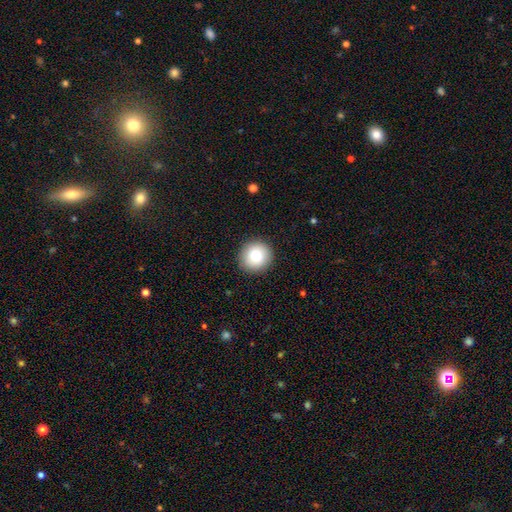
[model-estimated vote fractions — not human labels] The model was most divided on "smooth or featured": smooth: 80%, featured or disk: 11%, star or artifact: 9%. More confident: merging — none (91%); how rounded — round (91%).